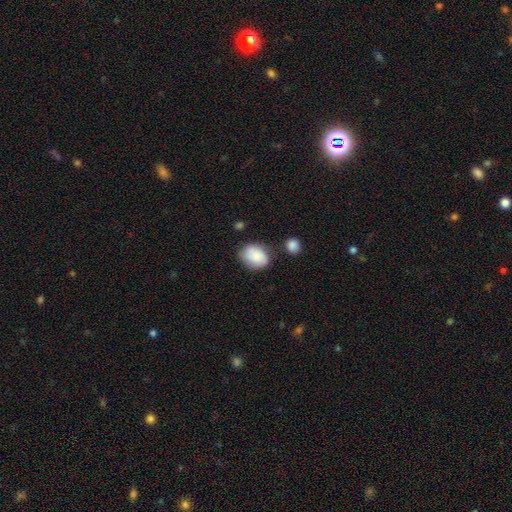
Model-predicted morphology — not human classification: Q: Smooth or featured?
A: smooth (85%); runner-up: featured or disk (8%)
Q: How rounded?
A: in between (65%); runner-up: round (34%)
Q: Merging?
A: none (66%); runner-up: minor disturbance (22%)